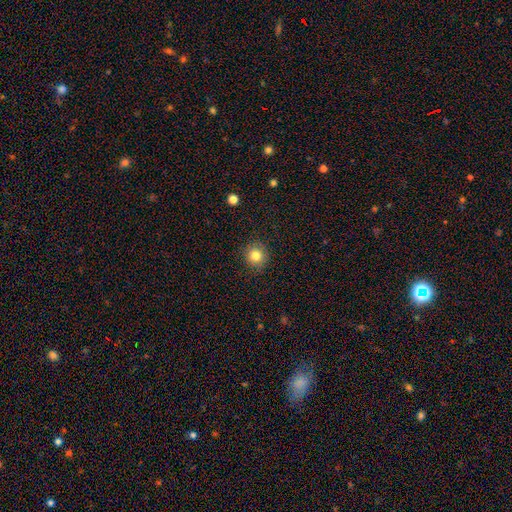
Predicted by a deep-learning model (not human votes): smooth 81%, star or artifact 11%, featured or disk 8%. Down the decision tree: how rounded — round (91%); merging — none (89%).